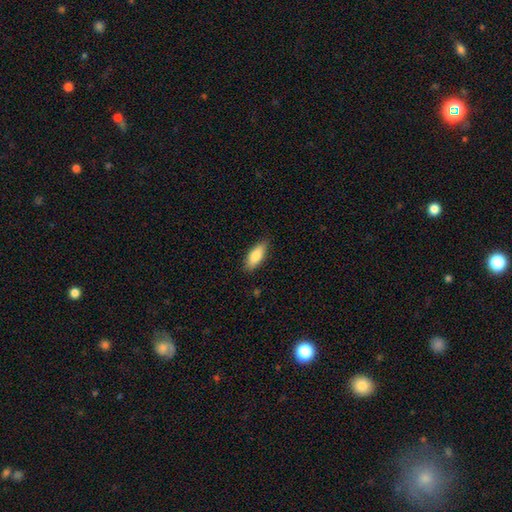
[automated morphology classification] Q: Smooth or featured?
A: smooth (85%); runner-up: featured or disk (9%)
Q: How rounded?
A: in between (77%); runner-up: cigar-shaped (21%)
Q: Merging?
A: none (83%); runner-up: minor disturbance (13%)